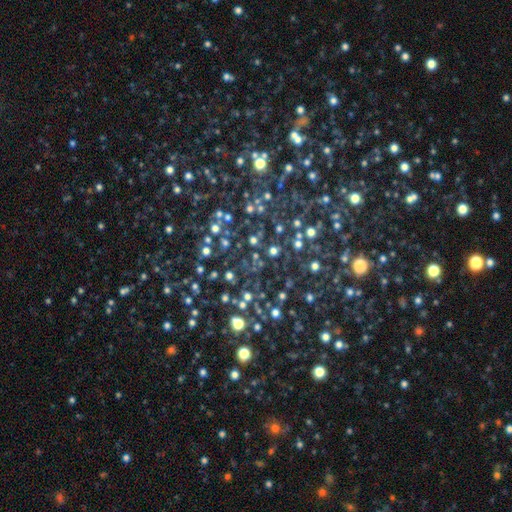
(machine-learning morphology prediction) This is likely a star or artifact rather than a galaxy (78%).